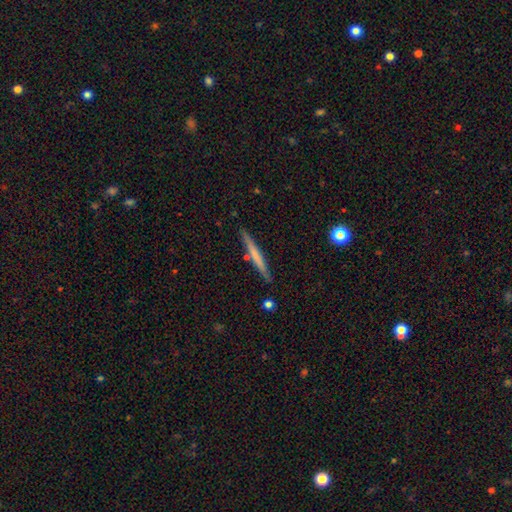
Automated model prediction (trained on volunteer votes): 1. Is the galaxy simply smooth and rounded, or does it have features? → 52% smooth, 43% featured or disk, 5% star or artifact.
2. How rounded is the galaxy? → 96% cigar-shaped, 2% in between, 1% round.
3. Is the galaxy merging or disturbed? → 88% none, 8% minor disturbance, 3% merger, 2% major disturbance.